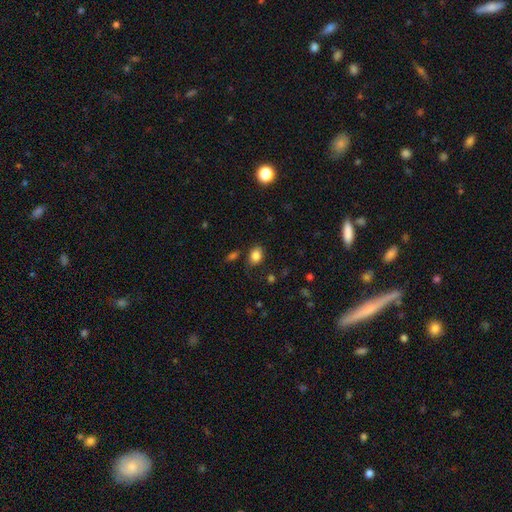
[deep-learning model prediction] The model was most divided on "how rounded": in between: 68%, round: 31%, cigar-shaped: 1%. More confident: smooth or featured — smooth (84%); merging — none (79%).